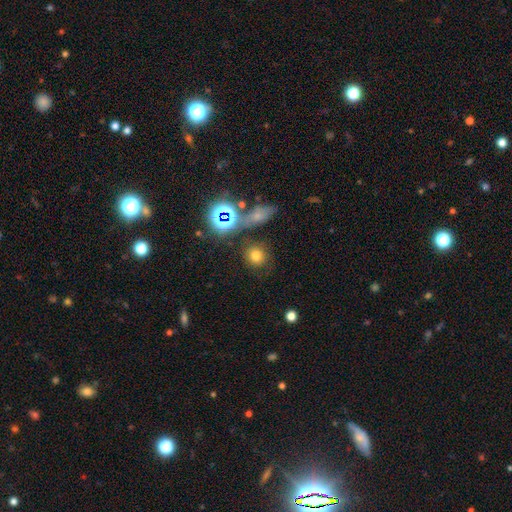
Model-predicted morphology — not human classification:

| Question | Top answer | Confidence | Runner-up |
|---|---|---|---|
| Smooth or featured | smooth | 69% | star or artifact (22%) |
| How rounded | round | 84% | in between (14%) |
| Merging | none | 80% | minor disturbance (9%) |